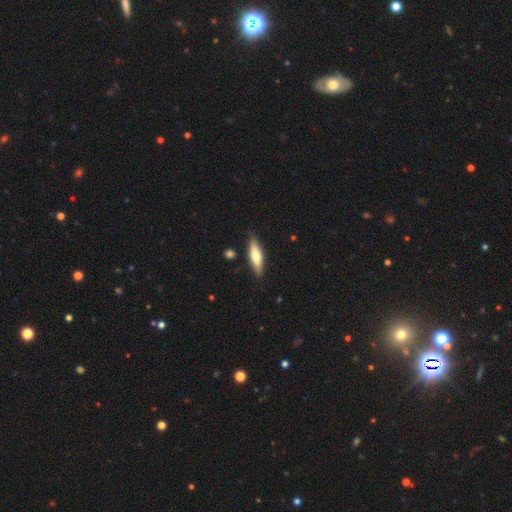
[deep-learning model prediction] Q: Smooth or featured?
A: smooth (60%); runner-up: featured or disk (34%)
Q: How rounded?
A: cigar-shaped (61%); runner-up: in between (37%)
Q: Merging?
A: none (84%); runner-up: minor disturbance (11%)